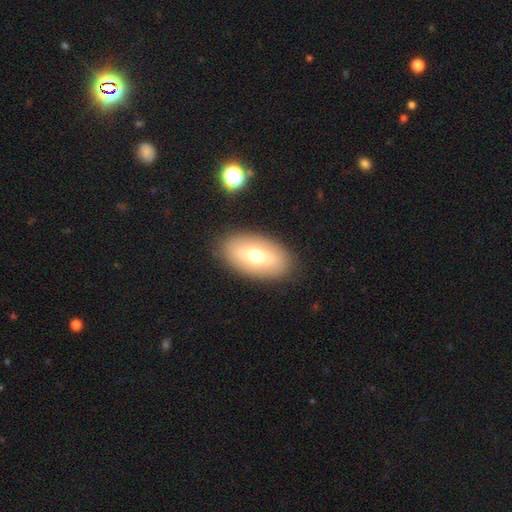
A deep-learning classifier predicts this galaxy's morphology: Smooth or featured: smooth — 57% (featured or disk — 35%)
How rounded: in between — 92% (round — 5%)
Merging: none — 86% (minor disturbance — 9%)